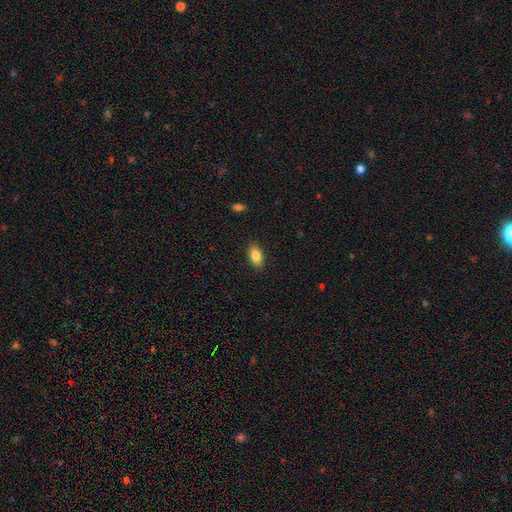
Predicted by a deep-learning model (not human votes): Smooth or featured?
  - smooth: 86% *
  - star or artifact: 7%
  - featured or disk: 7%
How rounded?
  - in between: 91% *
  - round: 5%
  - cigar-shaped: 4%
Merging?
  - none: 88% *
  - minor disturbance: 9%
  - major disturbance: 2%
  - merger: 1%